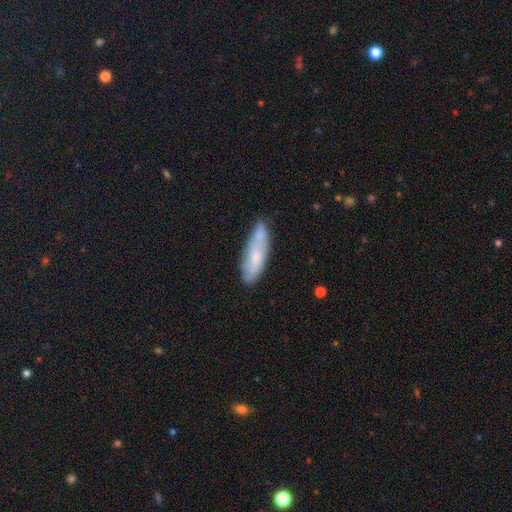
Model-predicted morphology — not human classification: Smooth or featured? Predicted: smooth (p=0.62). How rounded? Predicted: cigar-shaped (p=0.51). Merging? Predicted: none (p=0.63).